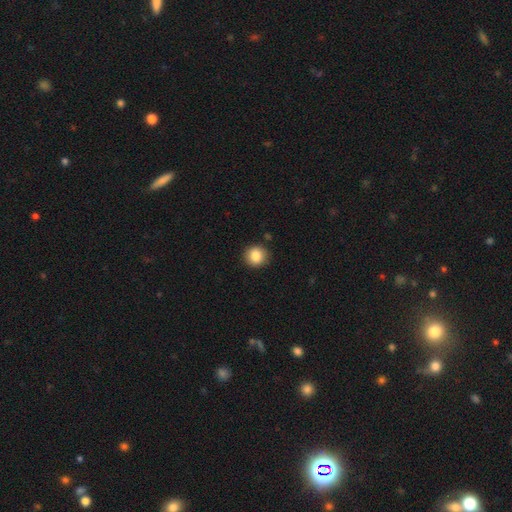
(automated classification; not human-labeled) Smooth or featured?
  - smooth: 85% *
  - star or artifact: 9%
  - featured or disk: 6%
How rounded?
  - round: 89% *
  - in between: 10%
  - cigar-shaped: 1%
Merging?
  - none: 90% *
  - minor disturbance: 7%
  - major disturbance: 2%
  - merger: 1%